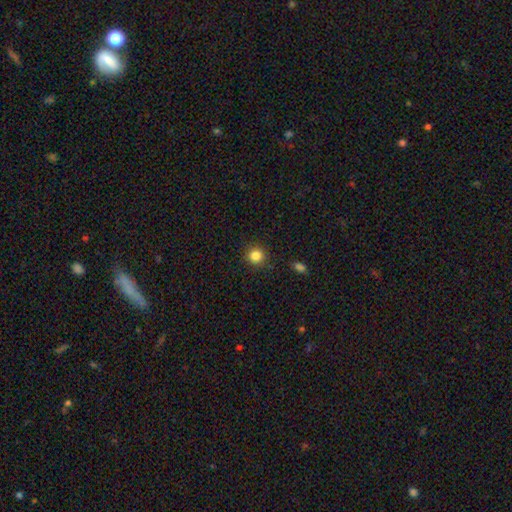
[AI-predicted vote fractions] Smooth or featured? Predicted: smooth (p=0.85). How rounded? Predicted: round (p=0.93). Merging? Predicted: none (p=0.90).